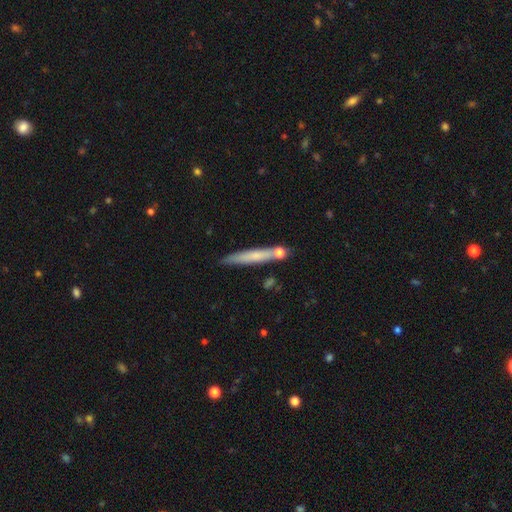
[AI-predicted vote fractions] smooth 59%, featured or disk 34%, star or artifact 7%. Down the decision tree: how rounded — cigar-shaped (94%); merging — none (76%).